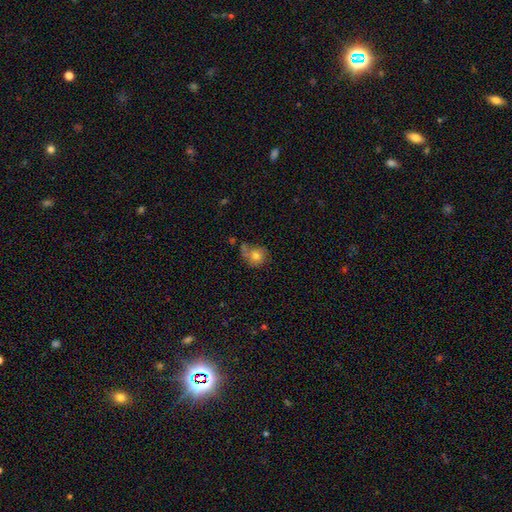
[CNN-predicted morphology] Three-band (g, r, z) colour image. It shows a smooth galaxy with no disk features (73%) that is round (72%). Merging: none (46%).